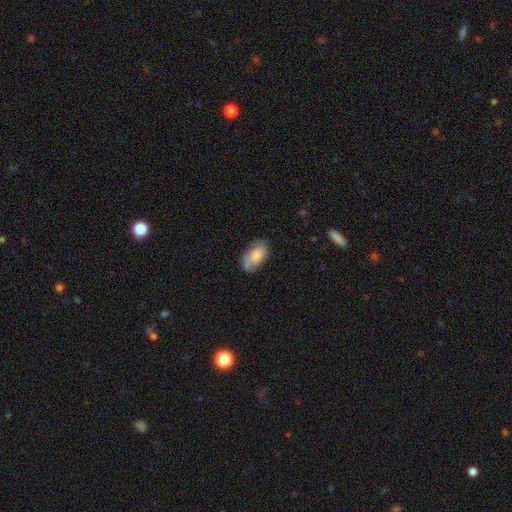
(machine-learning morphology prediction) A smooth galaxy with no disk features (73%) that is in between round and cigar-shaped (92%).

Vote fractions:
- Smooth or featured? smooth: 73% / featured or disk: 20% / star or artifact: 7%
- How rounded? in between: 92% / round: 6% / cigar-shaped: 2%
- Merging? none: 53% / minor disturbance: 28% / merger: 10% / major disturbance: 9%